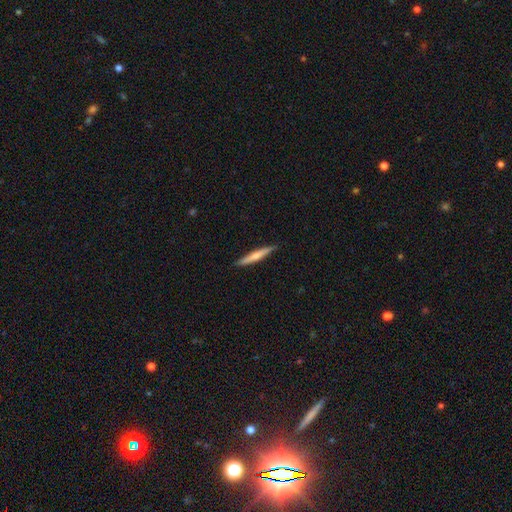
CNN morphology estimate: Smooth or featured? smooth (57%)
How rounded? cigar-shaped (95%)
Merging? none (90%)